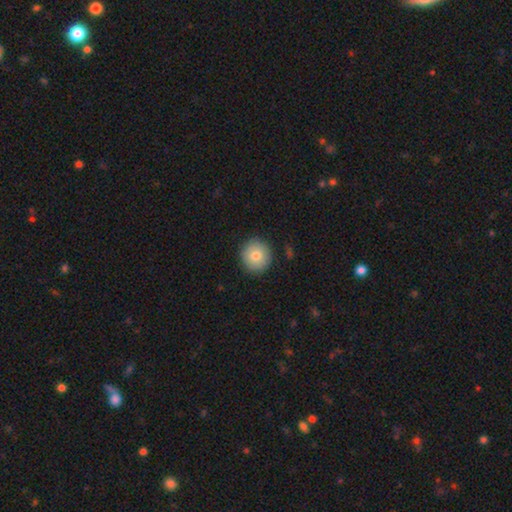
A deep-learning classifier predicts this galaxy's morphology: Q: Smooth or featured?
A: smooth (78%); runner-up: featured or disk (13%)
Q: How rounded?
A: round (94%); runner-up: in between (5%)
Q: Merging?
A: none (89%); runner-up: minor disturbance (8%)